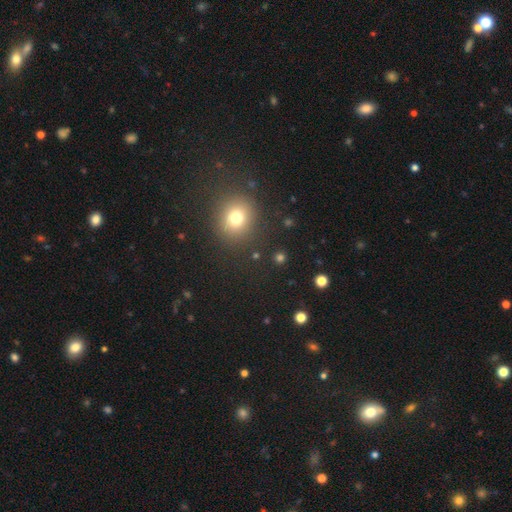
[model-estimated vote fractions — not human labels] smooth 66%, star or artifact 27%, featured or disk 7%. Down the decision tree: how rounded — round (84%); merging — none (88%).